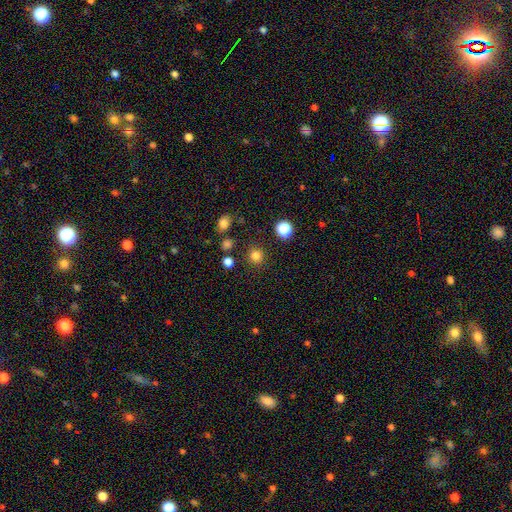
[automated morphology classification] smooth_or_featured: smooth (p=0.80) [alt: star or artifact p=0.16]
how_rounded: round (p=0.93) [alt: in between p=0.06]
merging: none (p=0.88) [alt: minor disturbance p=0.06]